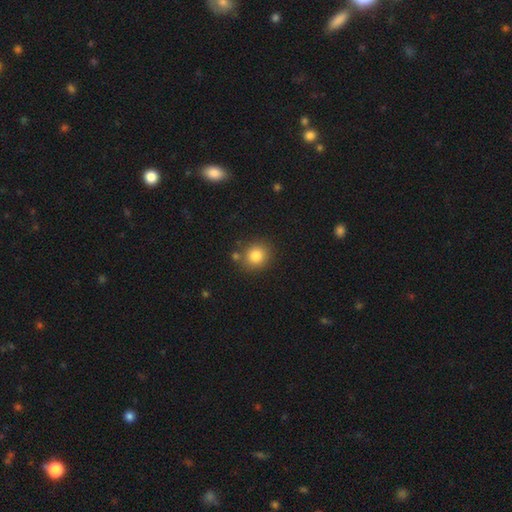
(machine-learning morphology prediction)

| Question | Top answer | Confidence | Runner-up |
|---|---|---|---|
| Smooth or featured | smooth | 83% | star or artifact (11%) |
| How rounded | round | 82% | in between (17%) |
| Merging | none | 80% | minor disturbance (10%) |